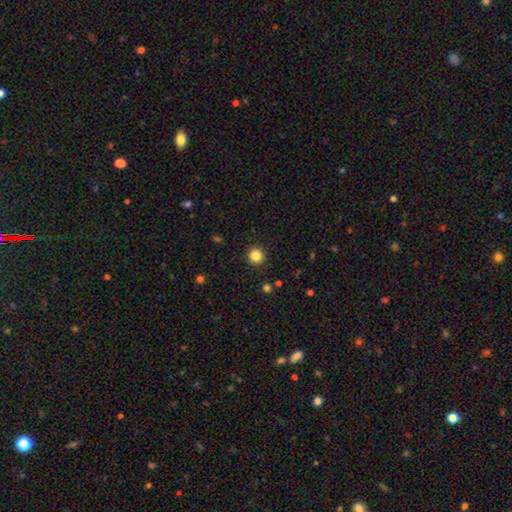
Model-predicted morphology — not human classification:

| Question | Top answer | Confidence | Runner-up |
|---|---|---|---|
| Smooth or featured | smooth | 84% | star or artifact (12%) |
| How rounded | round | 94% | in between (5%) |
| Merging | none | 92% | minor disturbance (5%) |